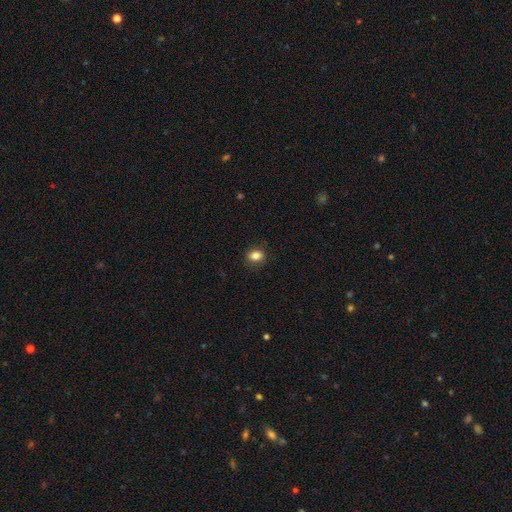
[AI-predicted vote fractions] Smooth or featured?
  - smooth: 84% *
  - star or artifact: 10%
  - featured or disk: 6%
How rounded?
  - in between: 62% *
  - round: 36%
  - cigar-shaped: 1%
Merging?
  - none: 85% *
  - minor disturbance: 11%
  - major disturbance: 3%
  - merger: 1%